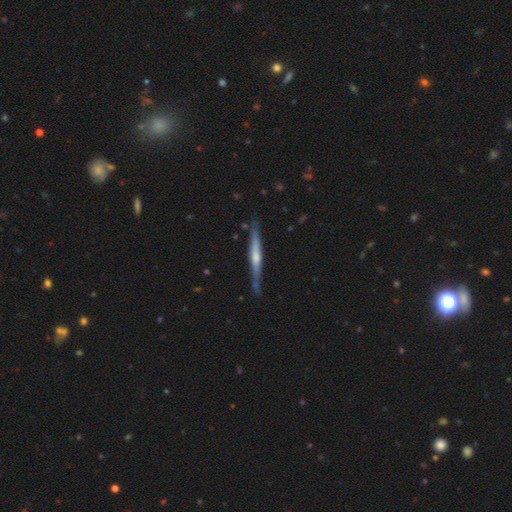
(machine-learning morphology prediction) Q: Smooth or featured?
A: featured or disk (62%); runner-up: smooth (33%)
Q: Edge-on disk?
A: yes (97%); runner-up: no (3%)
Q: Edge-on bulge?
A: rounded (59%); runner-up: none (25%)
Q: Merging?
A: none (80%); runner-up: minor disturbance (14%)